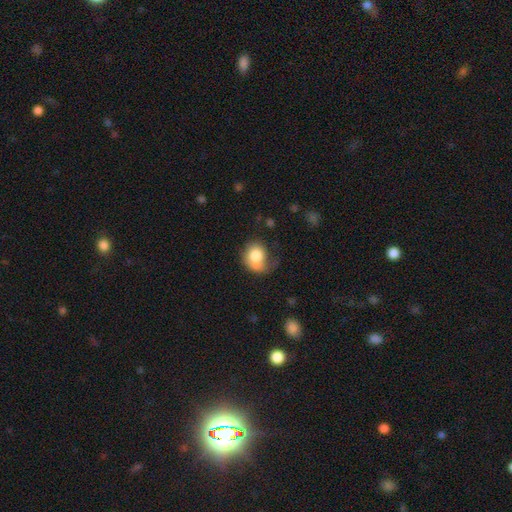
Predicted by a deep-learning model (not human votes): Smooth or featured?
  - smooth: 76% *
  - featured or disk: 16%
  - star or artifact: 8%
How rounded?
  - round: 59% *
  - in between: 41%
  - cigar-shaped: 1%
Merging?
  - none: 36% *
  - minor disturbance: 30%
  - major disturbance: 26%
  - merger: 9%